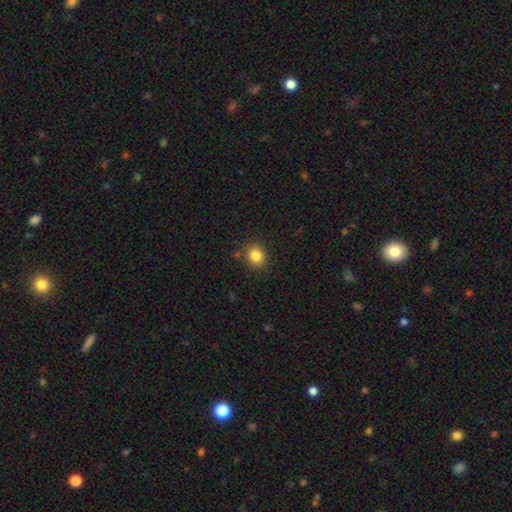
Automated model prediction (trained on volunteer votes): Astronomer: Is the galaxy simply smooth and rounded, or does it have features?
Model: smooth — 84%.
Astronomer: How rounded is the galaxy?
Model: round — 75%.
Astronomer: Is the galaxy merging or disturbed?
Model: none — 86%.